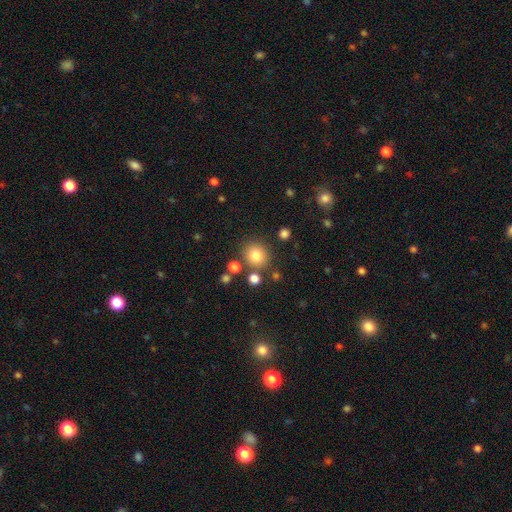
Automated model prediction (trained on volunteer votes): The model was most divided on "smooth or featured": smooth: 81%, star or artifact: 12%, featured or disk: 7%. More confident: how rounded — round (88%); merging — none (81%).